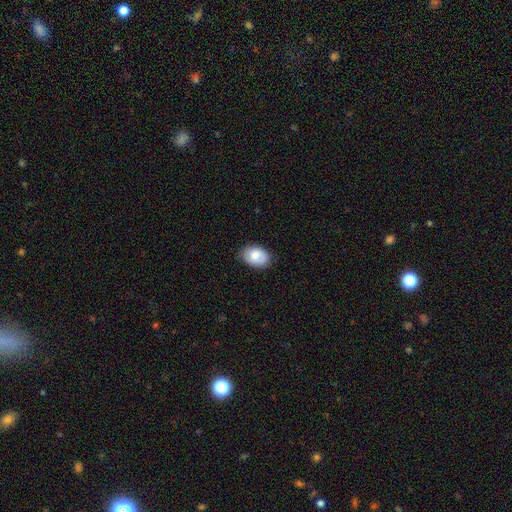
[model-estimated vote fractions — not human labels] A smooth galaxy with no disk features (82%) that is in between round and cigar-shaped (84%). Merging: none (80%).